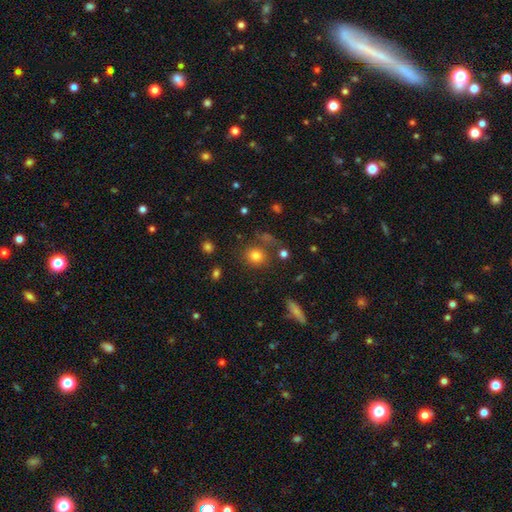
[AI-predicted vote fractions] A smooth galaxy with no disk features (79%) that is round (83%).

Vote fractions:
- Smooth or featured? smooth: 79% / star or artifact: 14% / featured or disk: 7%
- How rounded? round: 83% / in between: 16% / cigar-shaped: 1%
- Merging? none: 76% / minor disturbance: 11% / merger: 8% / major disturbance: 5%